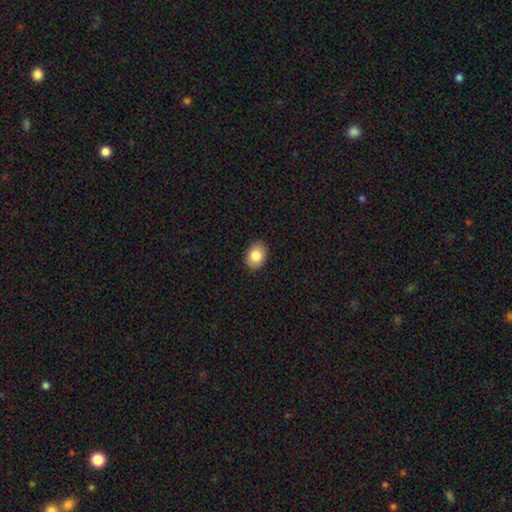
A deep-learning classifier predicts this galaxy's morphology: Smooth or featured?
  - smooth: 84% *
  - star or artifact: 8%
  - featured or disk: 8%
How rounded?
  - in between: 63% *
  - round: 36%
  - cigar-shaped: 1%
Merging?
  - none: 90% *
  - minor disturbance: 7%
  - major disturbance: 2%
  - merger: 1%